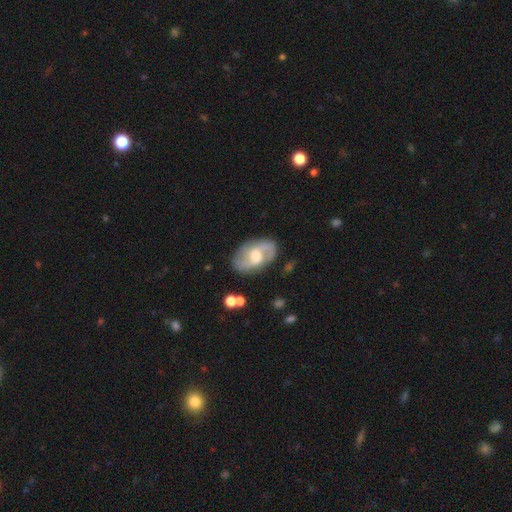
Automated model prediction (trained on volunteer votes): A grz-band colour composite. It shows a featured or disk galaxy (80%) with a weak bar (49%), 2 (87%) medium (47%) spiral arms (93%) and a moderate central bulge (66%). Merging: none (80%).